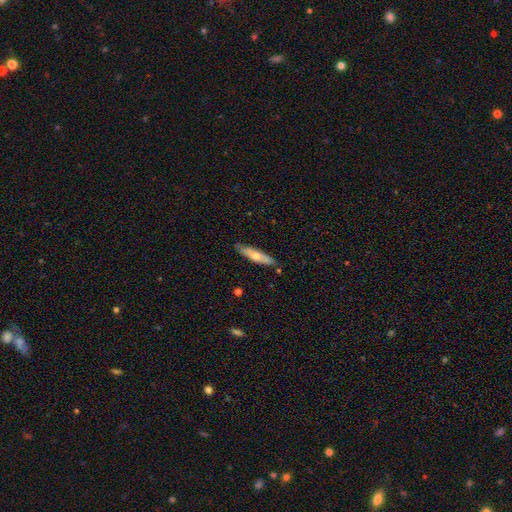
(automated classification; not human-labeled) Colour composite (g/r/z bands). It shows a featured or disk galaxy (48%). Merging: none (86%).